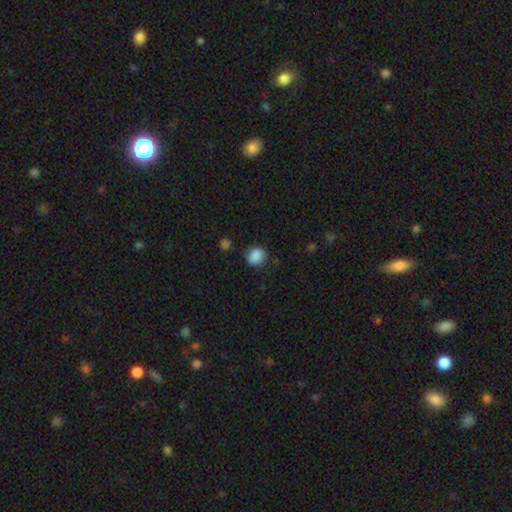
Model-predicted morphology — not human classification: Overall: smooth (86%). How rounded: round (66%; in between 33%). Merging: none (78%).